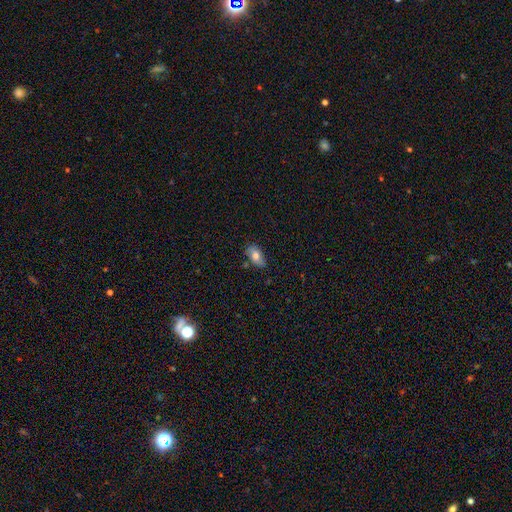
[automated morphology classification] smooth 76%, featured or disk 16%, star or artifact 8%. Down the decision tree: how rounded — in between (91%); merging — none (74%).